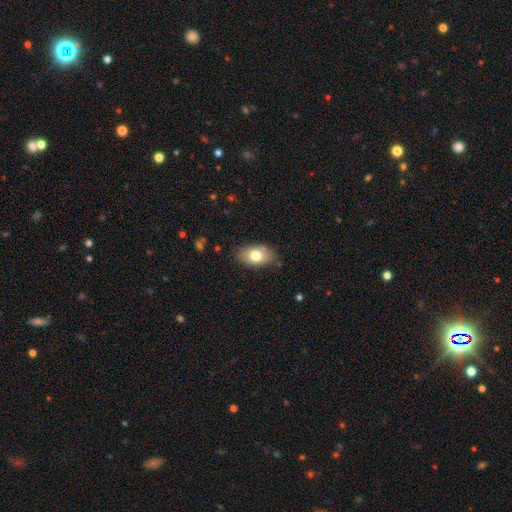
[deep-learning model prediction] Smooth or featured? smooth (76%)
How rounded? in between (90%)
Merging? none (78%)